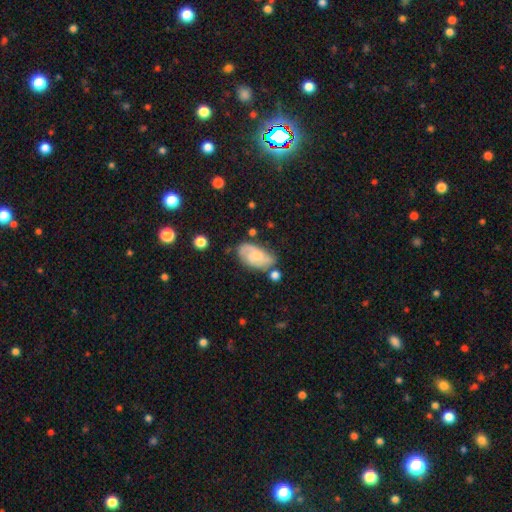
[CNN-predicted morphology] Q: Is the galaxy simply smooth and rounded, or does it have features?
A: featured or disk — 62%.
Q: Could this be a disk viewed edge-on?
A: no — 96%.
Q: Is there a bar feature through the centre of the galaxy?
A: no — 58%.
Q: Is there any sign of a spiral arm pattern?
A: yes — 90%.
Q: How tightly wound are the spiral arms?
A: medium — 46%.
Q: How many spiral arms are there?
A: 2 — 63%.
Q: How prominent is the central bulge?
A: small — 51%.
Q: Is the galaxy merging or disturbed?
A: none — 60%.